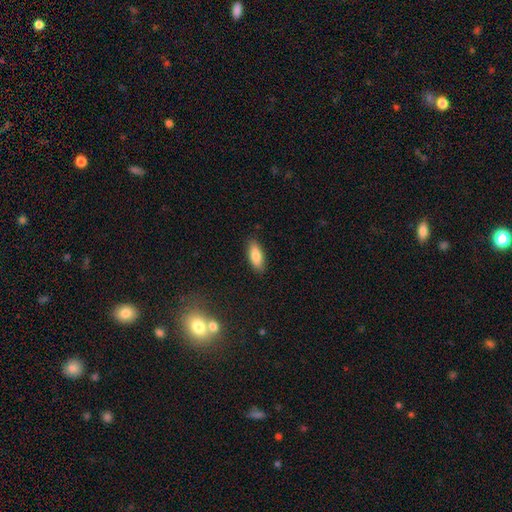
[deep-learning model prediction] The model was most divided on "how rounded": in between: 74%, cigar-shaped: 23%, round: 2%. More confident: merging — none (86%); smooth or featured — smooth (81%).